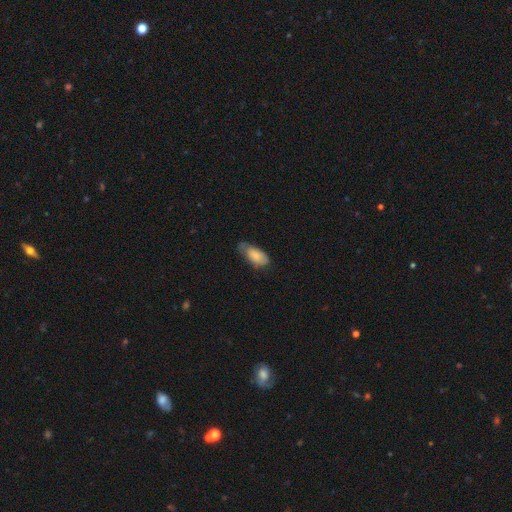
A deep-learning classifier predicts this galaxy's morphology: type=smooth (79%); roundness=in between (90%); merging=none (45%).